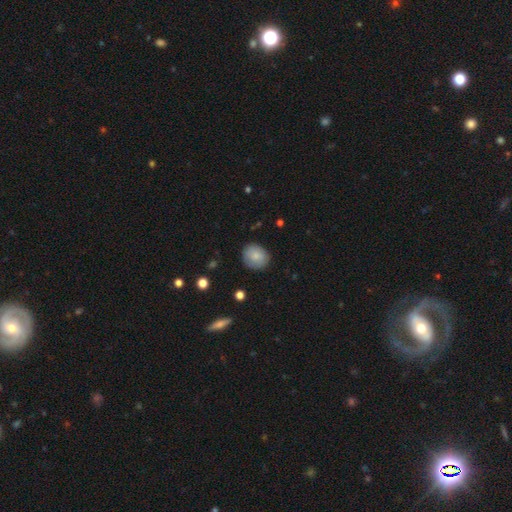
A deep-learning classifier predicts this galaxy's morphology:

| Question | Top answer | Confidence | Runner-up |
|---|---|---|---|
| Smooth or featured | smooth | 84% | featured or disk (9%) |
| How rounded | round | 77% | in between (22%) |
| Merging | none | 85% | minor disturbance (12%) |